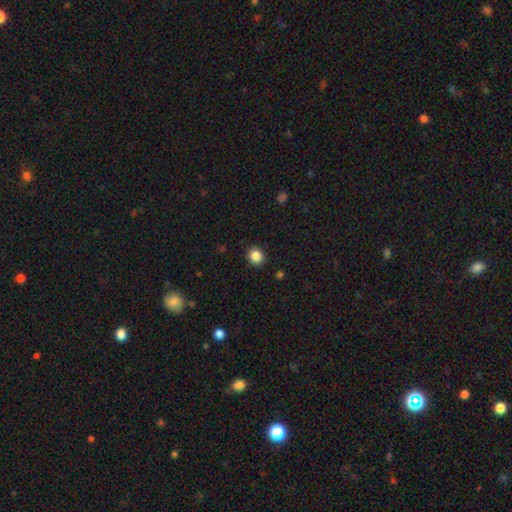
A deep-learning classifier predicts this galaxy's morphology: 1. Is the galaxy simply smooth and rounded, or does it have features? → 85% smooth, 11% star or artifact, 4% featured or disk.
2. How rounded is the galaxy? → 83% round, 16% in between, 1% cigar-shaped.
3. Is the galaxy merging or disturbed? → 91% none, 6% minor disturbance, 2% major disturbance, 1% merger.